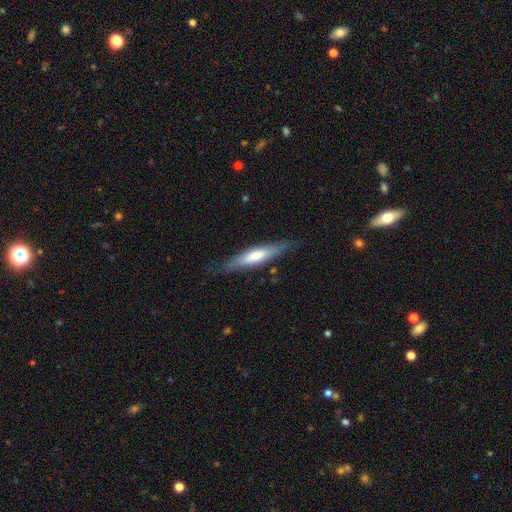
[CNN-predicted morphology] A smooth galaxy with no disk features (48%).

Vote fractions:
- Smooth or featured? smooth: 48% / featured or disk: 46% / star or artifact: 6%
- Merging? none: 82% / minor disturbance: 14% / major disturbance: 3% / merger: 1%